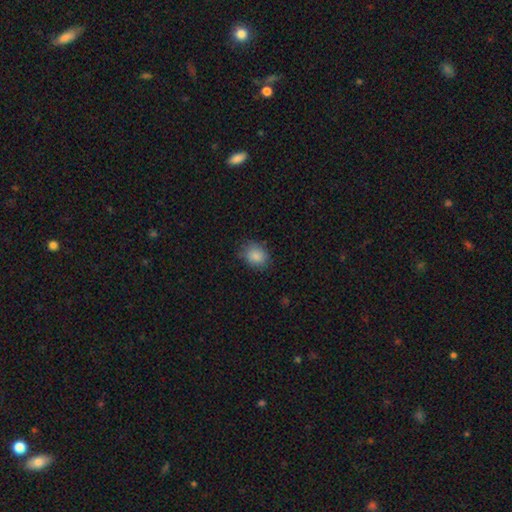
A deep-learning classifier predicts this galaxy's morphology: Smooth or featured? Predicted: smooth (p=0.87). How rounded? Predicted: round (p=0.50). Merging? Predicted: none (p=0.78).